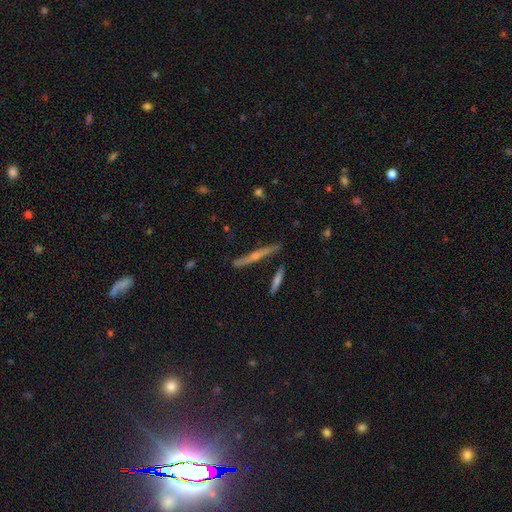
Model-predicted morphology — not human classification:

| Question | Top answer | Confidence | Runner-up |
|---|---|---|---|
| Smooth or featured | featured or disk | 66% | smooth (26%) |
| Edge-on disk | yes | 97% | no (3%) |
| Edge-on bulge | rounded | 67% | none (27%) |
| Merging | none | 86% | minor disturbance (9%) |